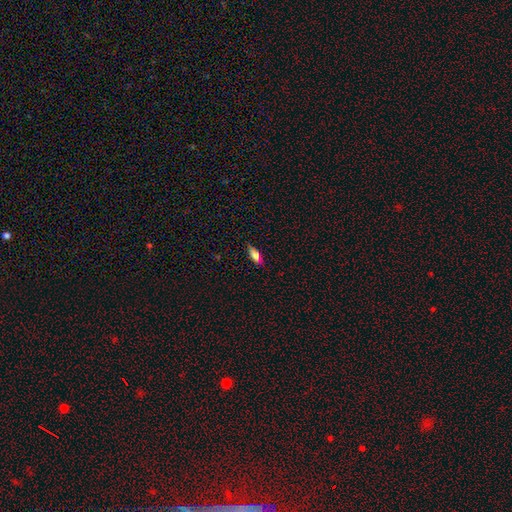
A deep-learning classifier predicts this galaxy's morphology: Smooth or featured: smooth — 73% (featured or disk — 15%)
How rounded: in between — 71% (cigar-shaped — 25%)
Merging: none — 82% (minor disturbance — 14%)